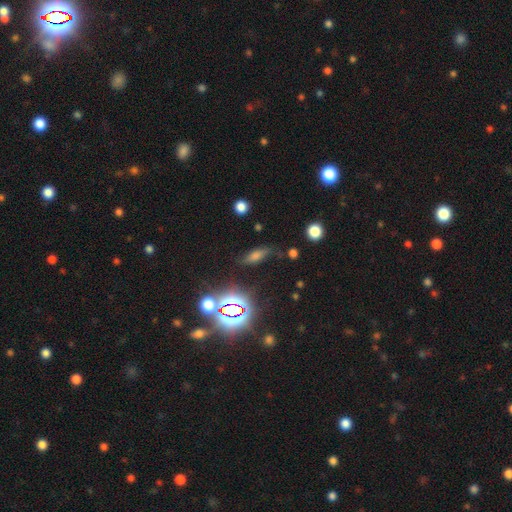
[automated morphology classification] The model was most divided on "smooth or featured": star or artifact: 42%, smooth: 37%, featured or disk: 21%.